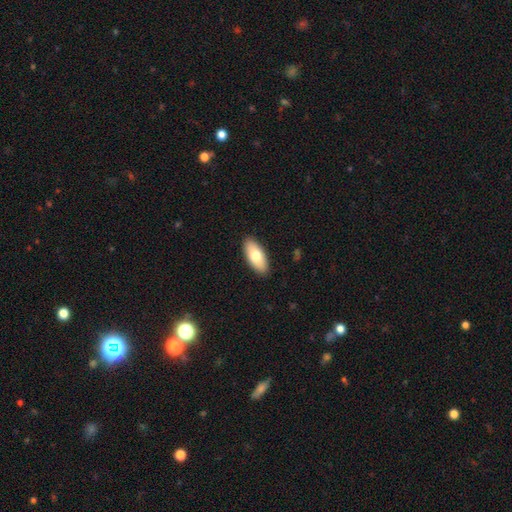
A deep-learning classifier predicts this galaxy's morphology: Smooth or featured? smooth (75%)
How rounded? in between (88%)
Merging? none (90%)